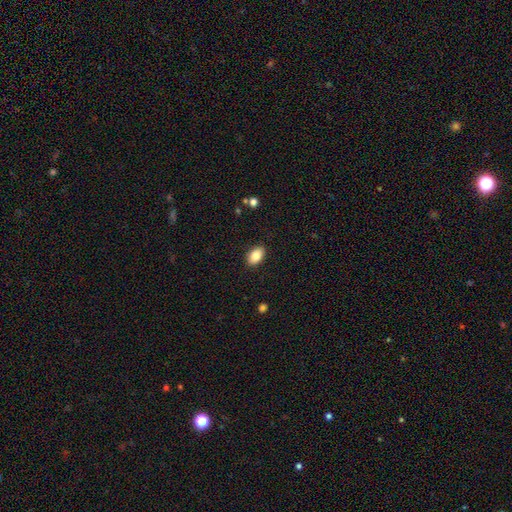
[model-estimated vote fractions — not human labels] Smooth or featured? smooth (84%)
How rounded? in between (91%)
Merging? none (89%)